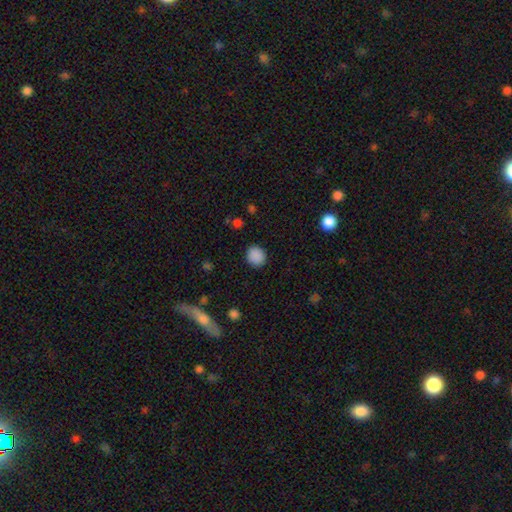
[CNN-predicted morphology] smooth-or-featured: smooth: 88% | star or artifact: 9% | featured or disk: 3%
  how-rounded: round: 85% | in between: 14% | cigar-shaped: 1%
  merging: none: 89% | minor disturbance: 7% | major disturbance: 2% | merger: 1%